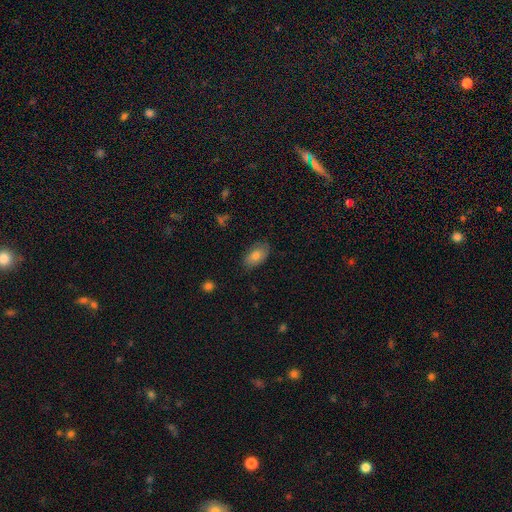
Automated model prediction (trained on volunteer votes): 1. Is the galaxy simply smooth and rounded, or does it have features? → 78% smooth, 14% featured or disk, 8% star or artifact.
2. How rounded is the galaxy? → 92% in between, 6% round, 2% cigar-shaped.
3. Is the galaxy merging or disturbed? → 79% none, 17% minor disturbance, 3% major disturbance, 1% merger.